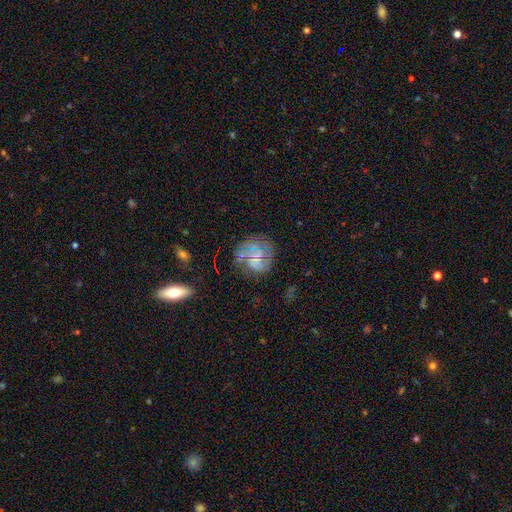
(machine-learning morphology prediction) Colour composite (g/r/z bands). It shows a featured or disk galaxy (53%) with no bar (81%), no spiral arms (70%) and no central bulge (69%). Merging: none (47%).